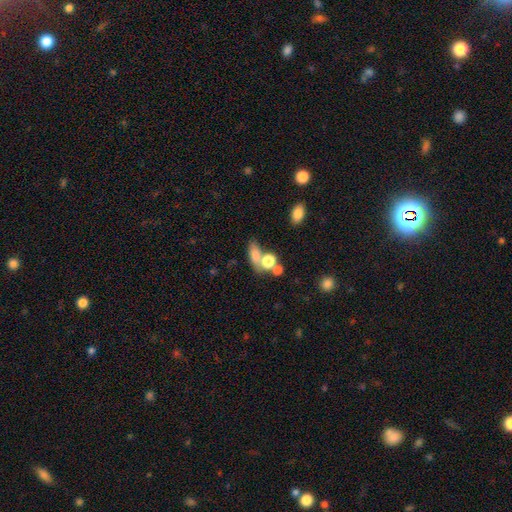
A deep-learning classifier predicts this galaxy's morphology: Smooth or featured? smooth (73%)
How rounded? in between (61%)
Merging? merger (40%)